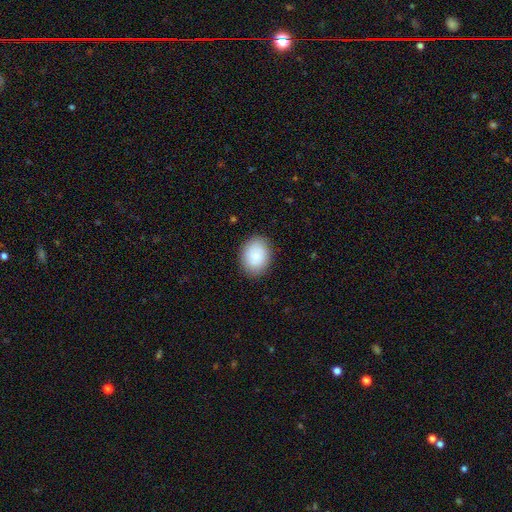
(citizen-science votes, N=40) smooth 85%, star or artifact 12%, featured or disk 2%. Down the decision tree: how rounded — in between (59%); merging — none (86%).